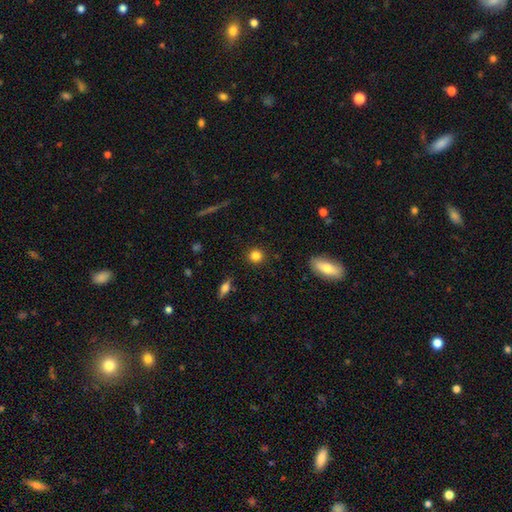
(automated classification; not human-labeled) This appears to be a smooth galaxy with no disk features (84%) that is round (91%). Merging: none (90%).